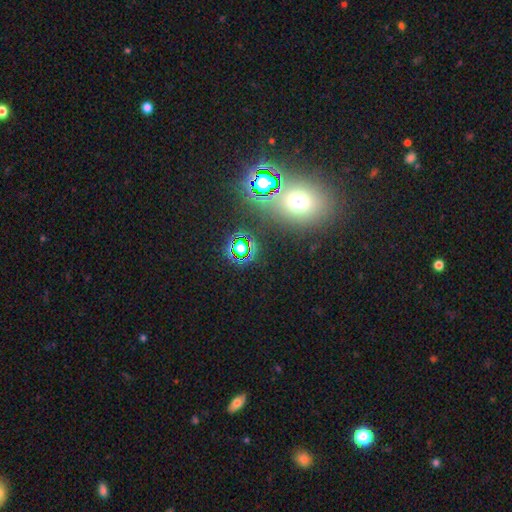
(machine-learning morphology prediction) smooth_or_featured: star or artifact (p=0.56) [alt: smooth p=0.34]